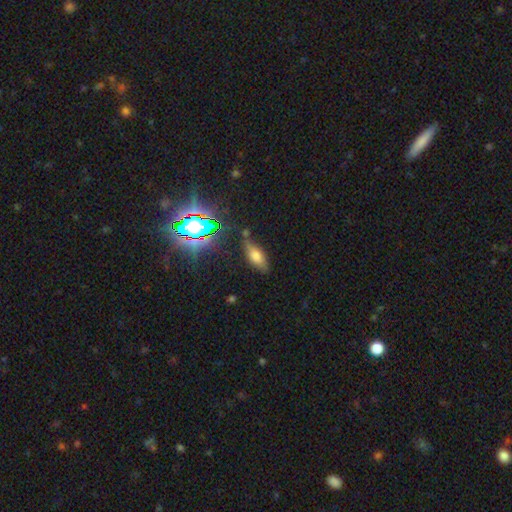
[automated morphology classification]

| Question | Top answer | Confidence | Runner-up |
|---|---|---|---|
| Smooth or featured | smooth | 61% | featured or disk (22%) |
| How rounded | in between | 75% | cigar-shaped (21%) |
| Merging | none | 70% | minor disturbance (20%) |